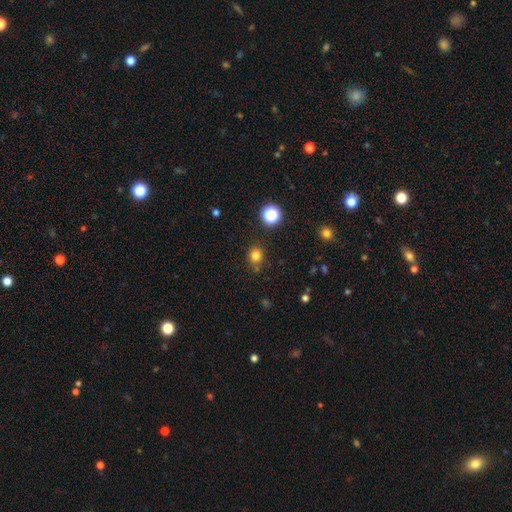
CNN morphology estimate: This is likely a smooth galaxy (79%). How rounded: clearly round (80%). Merging: likely none (79%).